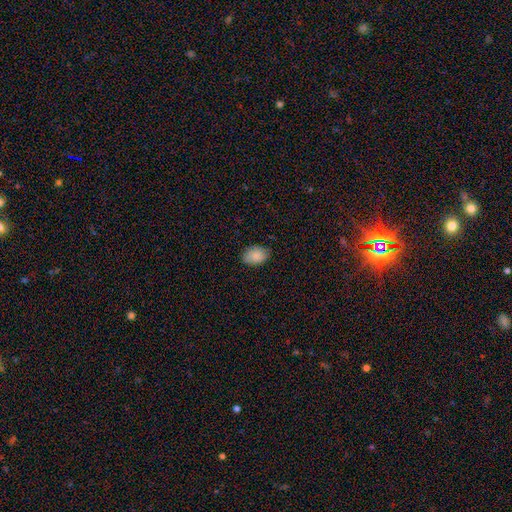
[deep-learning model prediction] smooth-or-featured: smooth: 87% | star or artifact: 7% | featured or disk: 6%
  how-rounded: in between: 83% | round: 16% | cigar-shaped: 1%
  merging: none: 82% | minor disturbance: 14% | major disturbance: 3% | merger: 1%